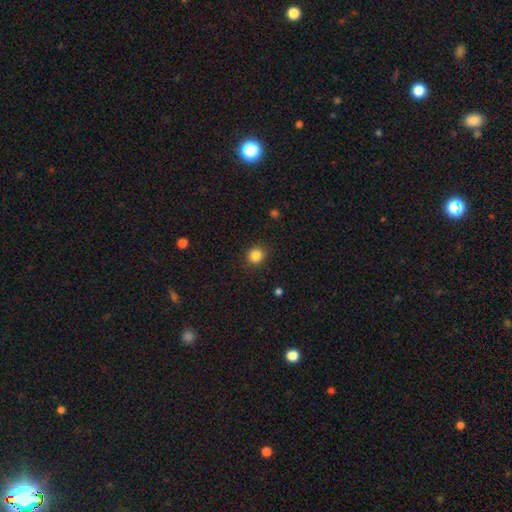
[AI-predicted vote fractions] smooth 85%, star or artifact 11%, featured or disk 4%. Down the decision tree: how rounded — round (88%); merging — none (91%).